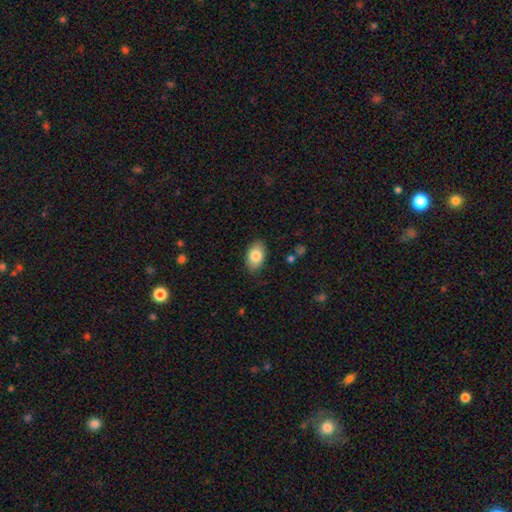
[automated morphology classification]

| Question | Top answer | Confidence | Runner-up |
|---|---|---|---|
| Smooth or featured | smooth | 83% | featured or disk (10%) |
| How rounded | in between | 90% | round (9%) |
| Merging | none | 84% | minor disturbance (12%) |